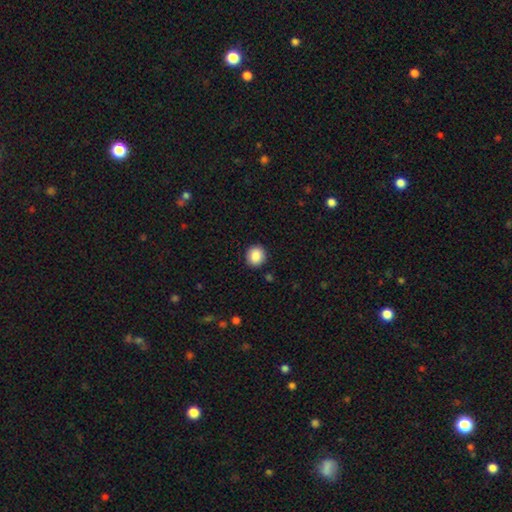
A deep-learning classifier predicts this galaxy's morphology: smooth-or-featured: smooth: 88% | star or artifact: 8% | featured or disk: 4%
  how-rounded: round: 83% | in between: 17% | cigar-shaped: 1%
  merging: none: 90% | minor disturbance: 7% | major disturbance: 2% | merger: 1%